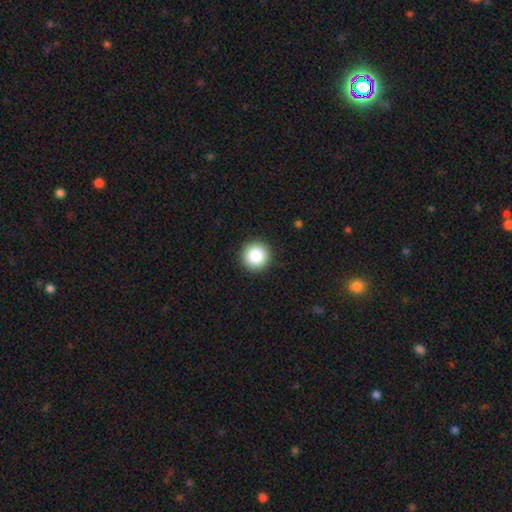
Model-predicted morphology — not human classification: Smooth or featured?
  - smooth: 86% *
  - star or artifact: 10%
  - featured or disk: 4%
How rounded?
  - round: 96% *
  - in between: 3%
  - cigar-shaped: 1%
Merging?
  - none: 93% *
  - minor disturbance: 5%
  - major disturbance: 2%
  - merger: 1%